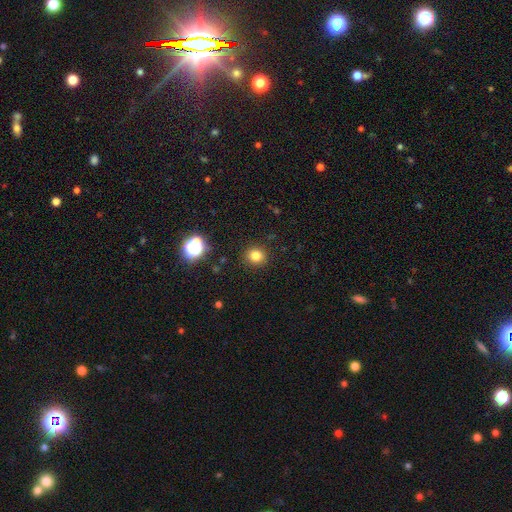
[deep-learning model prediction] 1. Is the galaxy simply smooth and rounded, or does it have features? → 79% smooth, 16% star or artifact, 6% featured or disk.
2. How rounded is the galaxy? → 85% round, 14% in between, 1% cigar-shaped.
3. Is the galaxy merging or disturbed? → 90% none, 6% minor disturbance, 2% major disturbance, 1% merger.